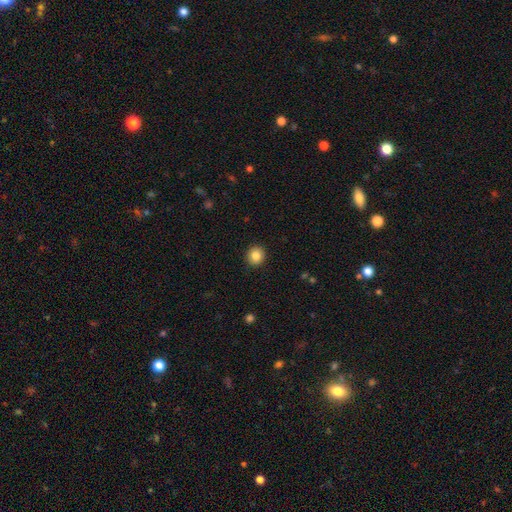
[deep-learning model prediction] Overall: smooth (85%). How rounded: round (88%). Merging: none (92%).